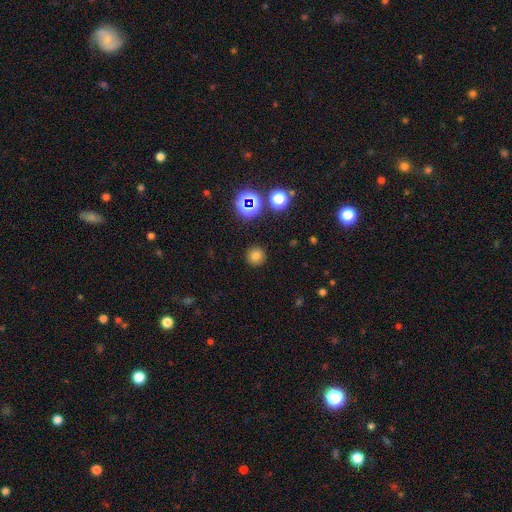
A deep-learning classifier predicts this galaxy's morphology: This is likely a smooth galaxy (73%). How rounded: clearly round (95%). Merging: clearly none (91%).